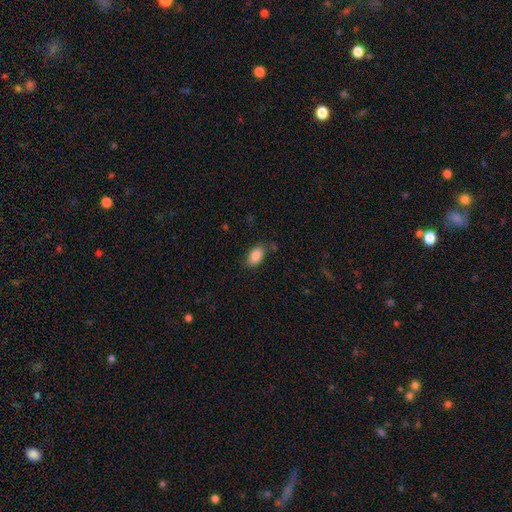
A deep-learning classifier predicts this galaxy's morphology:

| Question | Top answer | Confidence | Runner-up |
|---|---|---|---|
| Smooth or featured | smooth | 87% | star or artifact (7%) |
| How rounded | in between | 92% | round (5%) |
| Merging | none | 81% | minor disturbance (13%) |